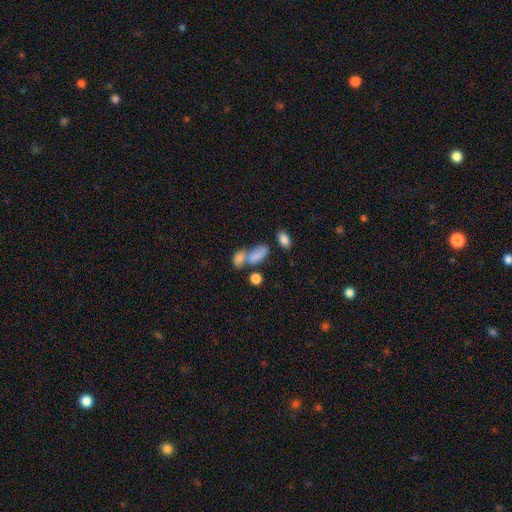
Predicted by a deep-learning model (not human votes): smooth-or-featured: smooth: 75% | featured or disk: 14% | star or artifact: 11%
  how-rounded: in between: 85% | round: 9% | cigar-shaped: 6%
  merging: merger: 54% | none: 26% | minor disturbance: 12% | major disturbance: 9%